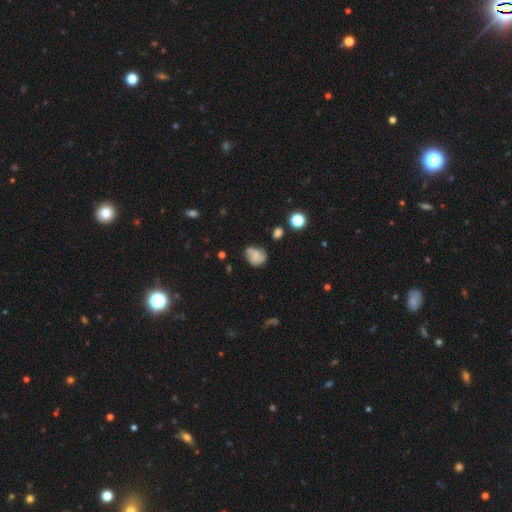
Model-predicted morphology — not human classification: This is possibly a smooth galaxy (57%). How rounded: possibly round (50%). Merging: possibly none (50%).